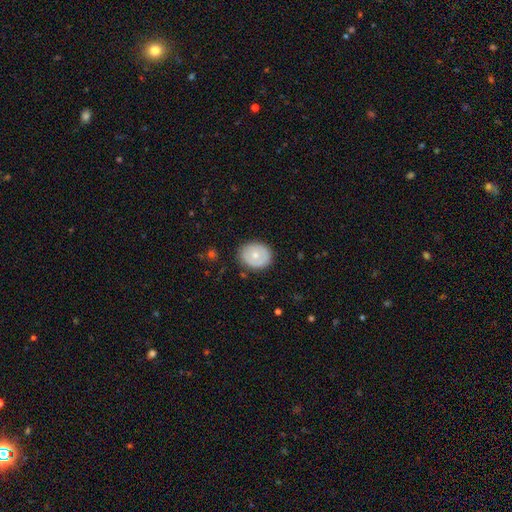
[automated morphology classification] Smooth or featured?
  - smooth: 59% *
  - featured or disk: 35%
  - star or artifact: 6%
How rounded?
  - round: 63% *
  - in between: 36%
  - cigar-shaped: 1%
Merging?
  - none: 84% *
  - minor disturbance: 12%
  - major disturbance: 3%
  - merger: 1%